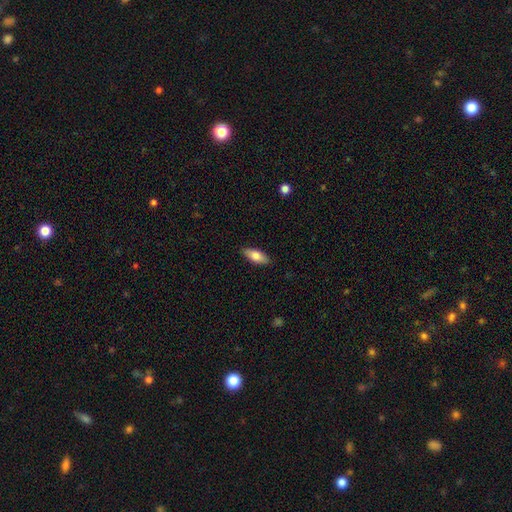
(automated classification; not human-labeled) Q: Smooth or featured?
A: smooth (75%); runner-up: featured or disk (19%)
Q: How rounded?
A: in between (76%); runner-up: cigar-shaped (22%)
Q: Merging?
A: none (87%); runner-up: minor disturbance (10%)